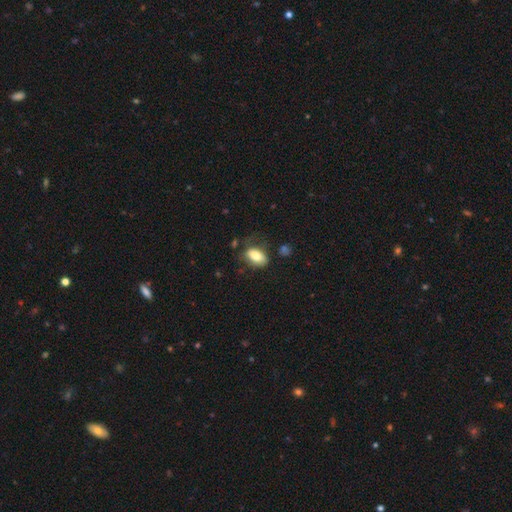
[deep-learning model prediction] smooth-or-featured: smooth: 81% | featured or disk: 12% | star or artifact: 8%
  how-rounded: in between: 90% | round: 8% | cigar-shaped: 3%
  merging: none: 60% | minor disturbance: 25% | major disturbance: 11% | merger: 3%